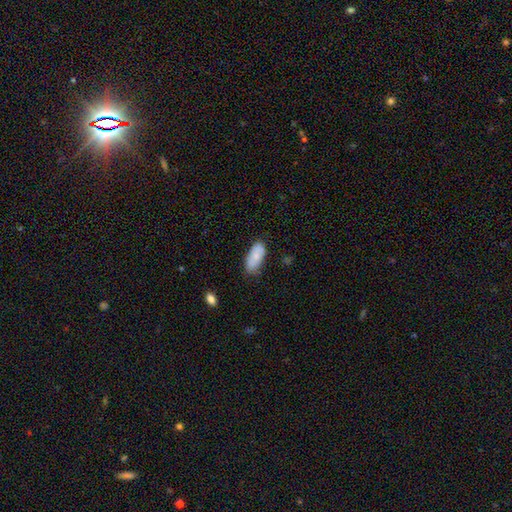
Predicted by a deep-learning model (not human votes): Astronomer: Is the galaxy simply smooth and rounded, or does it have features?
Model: smooth — 77%.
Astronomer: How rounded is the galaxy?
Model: in between — 90%.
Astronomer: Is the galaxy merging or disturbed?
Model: none — 71%.